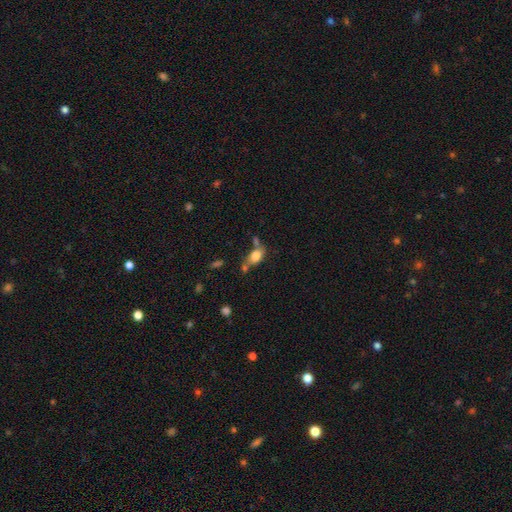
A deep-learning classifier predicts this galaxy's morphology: The model was most divided on "merging": none: 49%, merger: 25%, minor disturbance: 19%, major disturbance: 8%. More confident: how rounded — in between (84%); smooth or featured — smooth (78%).